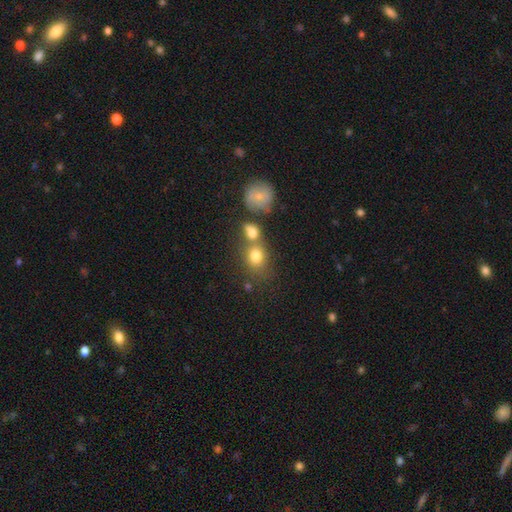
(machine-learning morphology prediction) smooth 77%, star or artifact 12%, featured or disk 11%. Down the decision tree: how rounded — round (59%); merging — none (47%).